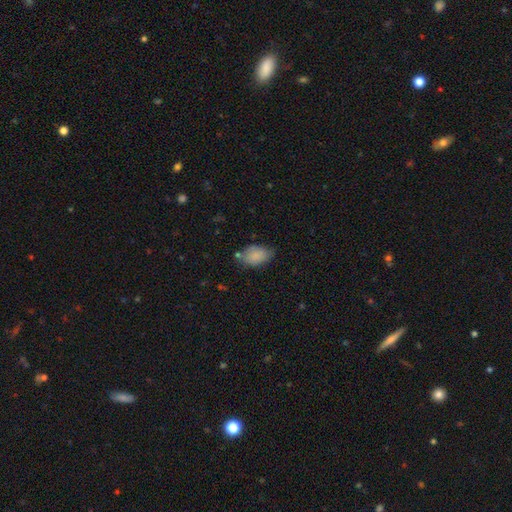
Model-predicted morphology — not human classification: This is clearly a smooth galaxy (85%). How rounded: clearly in between (89%). Merging: likely none (62%).